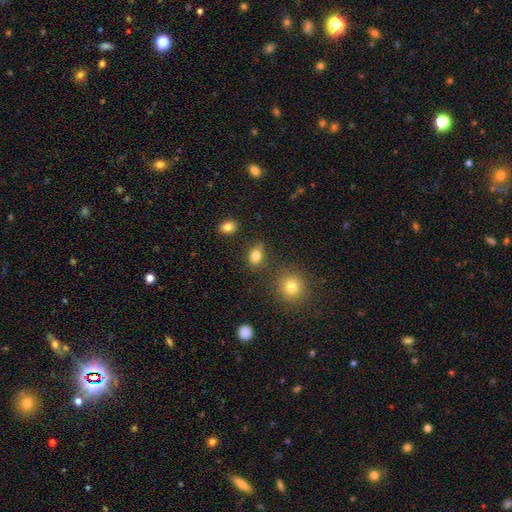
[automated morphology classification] A smooth galaxy with no disk features (82%) that is in between round and cigar-shaped (79%). Merging: none (77%).